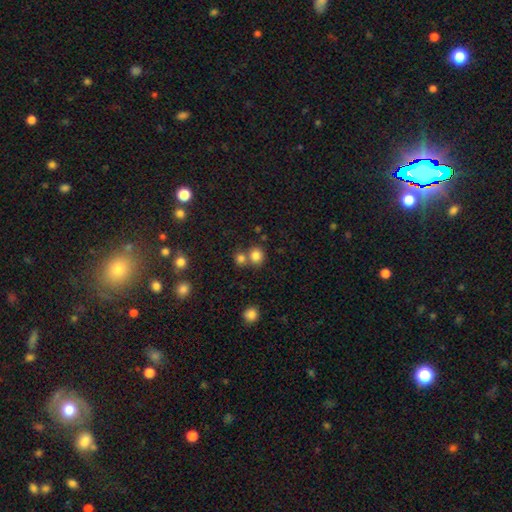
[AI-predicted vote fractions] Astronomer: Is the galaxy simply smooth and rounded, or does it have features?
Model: smooth — 81%.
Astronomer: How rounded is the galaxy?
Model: round — 82%.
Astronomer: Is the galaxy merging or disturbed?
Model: none — 59%.